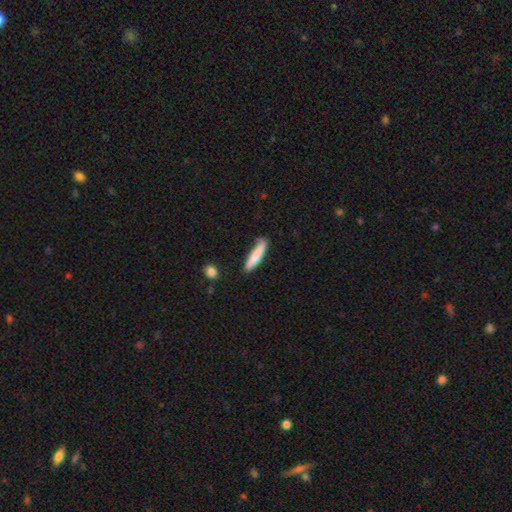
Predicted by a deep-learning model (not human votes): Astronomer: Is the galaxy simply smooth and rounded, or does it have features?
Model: smooth — 79%.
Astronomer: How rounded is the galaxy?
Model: cigar-shaped — 86%.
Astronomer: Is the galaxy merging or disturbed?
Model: none — 71%.